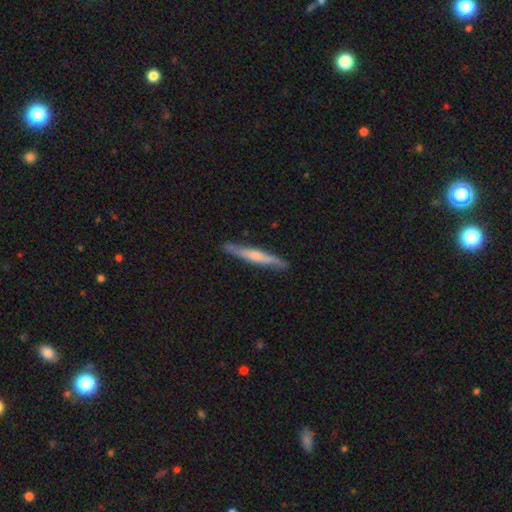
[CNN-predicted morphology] A featured or disk galaxy (64%) viewed edge-on (93%) with a rounded central bulge (70%).

Vote fractions:
- Smooth or featured? featured or disk: 64% / smooth: 29% / star or artifact: 7%
- Edge-on disk? yes: 93% / no: 7%
- Edge-on bulge? rounded: 70% / none: 23% / boxy: 7%
- Merging? none: 88% / minor disturbance: 9% / major disturbance: 2% / merger: 1%